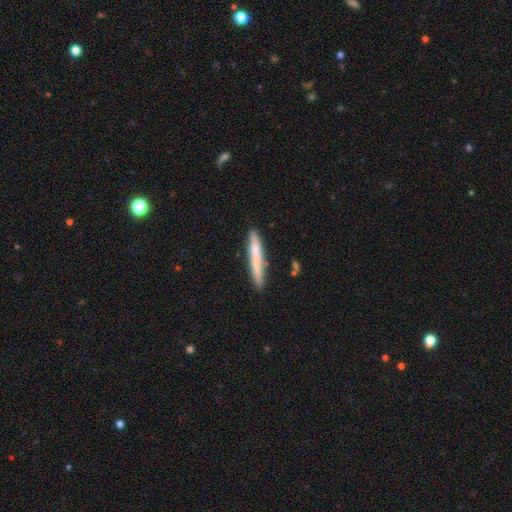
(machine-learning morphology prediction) smooth_or_featured: smooth (p=0.64) [alt: featured or disk p=0.30]
how_rounded: cigar-shaped (p=0.95) [alt: in between p=0.04]
merging: none (p=0.85) [alt: minor disturbance p=0.11]